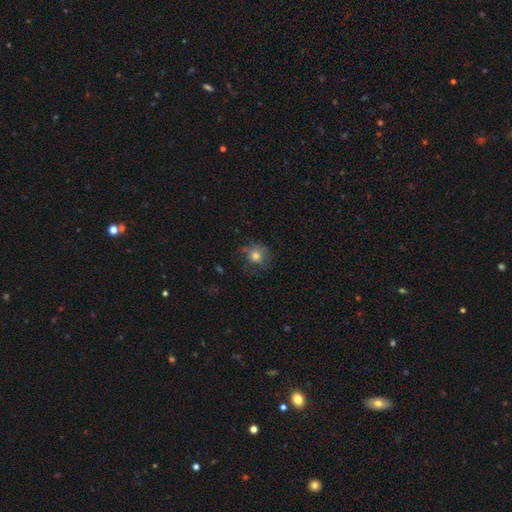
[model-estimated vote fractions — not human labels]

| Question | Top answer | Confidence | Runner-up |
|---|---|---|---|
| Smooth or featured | smooth | 72% | featured or disk (17%) |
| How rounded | round | 84% | in between (15%) |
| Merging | none | 63% | minor disturbance (22%) |